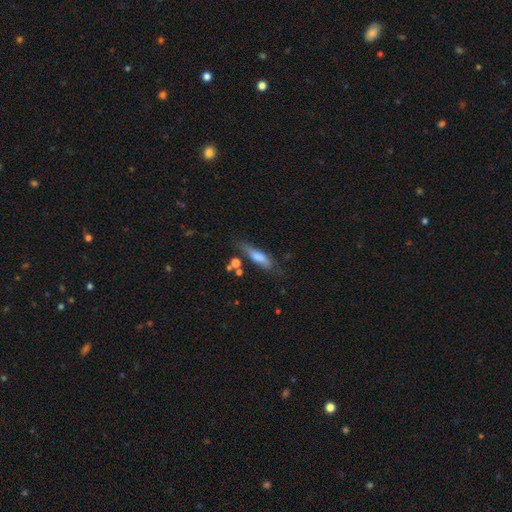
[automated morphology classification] Smooth or featured? Predicted: smooth (p=0.58). How rounded? Predicted: cigar-shaped (p=0.69). Merging? Predicted: none (p=0.64).